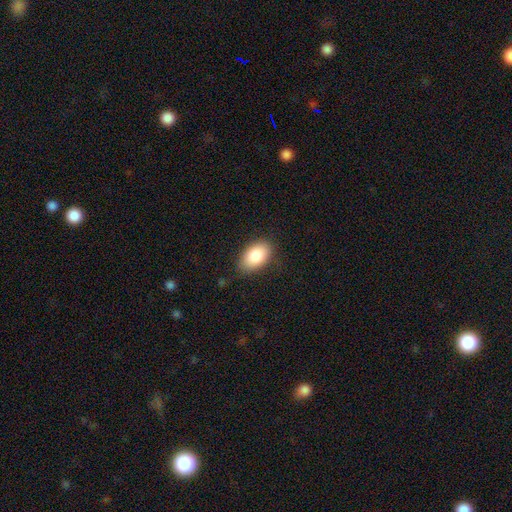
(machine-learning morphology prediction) Smooth or featured? Predicted: smooth (p=0.86). How rounded? Predicted: in between (p=0.92). Merging? Predicted: none (p=0.81).